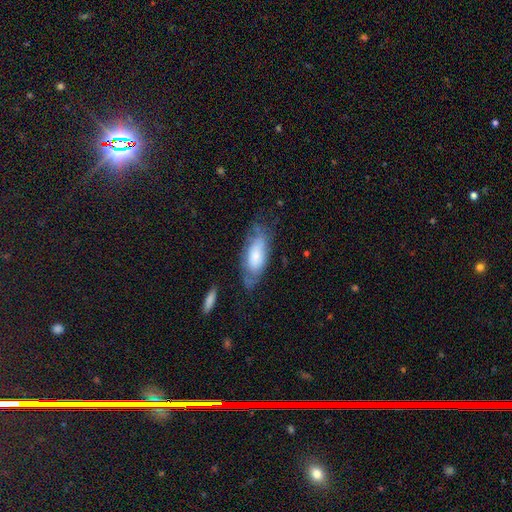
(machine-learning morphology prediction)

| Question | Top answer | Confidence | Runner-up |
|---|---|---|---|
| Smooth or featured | smooth | 54% | featured or disk (38%) |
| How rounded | in between | 82% | cigar-shaped (16%) |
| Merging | none | 55% | minor disturbance (28%) |